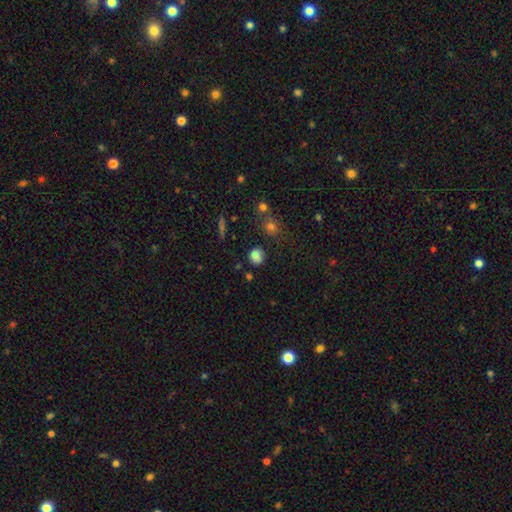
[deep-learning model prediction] Smooth or featured? Predicted: smooth (p=0.78). How rounded? Predicted: round (p=0.75). Merging? Predicted: none (p=0.72).